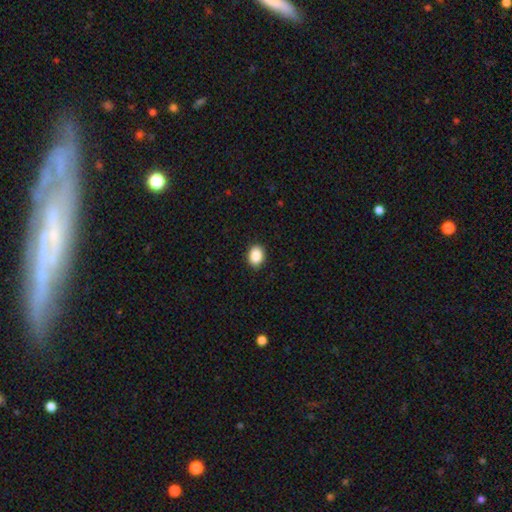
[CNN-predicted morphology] Smooth or featured: smooth — 89% (star or artifact — 8%)
How rounded: in between — 61% (round — 39%)
Merging: none — 91% (minor disturbance — 7%)